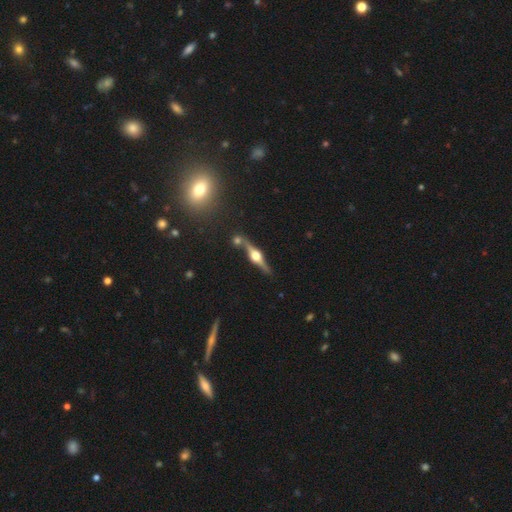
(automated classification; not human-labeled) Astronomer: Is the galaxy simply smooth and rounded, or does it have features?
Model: featured or disk — 85%.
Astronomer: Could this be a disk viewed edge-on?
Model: yes — 97%.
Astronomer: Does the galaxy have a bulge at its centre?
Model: rounded — 95%.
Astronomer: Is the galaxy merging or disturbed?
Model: none — 78%.